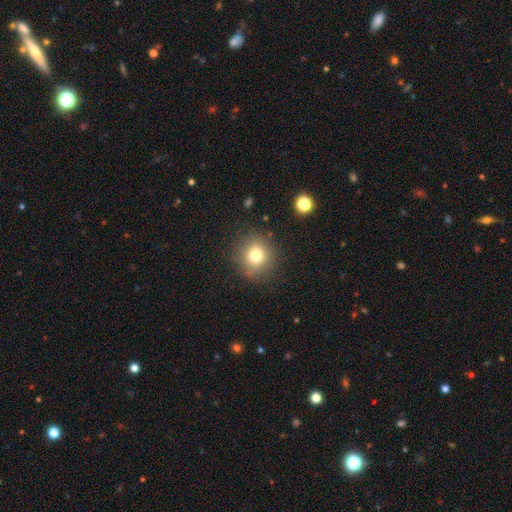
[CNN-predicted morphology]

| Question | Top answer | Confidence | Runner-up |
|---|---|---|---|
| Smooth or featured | smooth | 74% | star or artifact (14%) |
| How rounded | round | 88% | in between (11%) |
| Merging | none | 83% | minor disturbance (11%) |